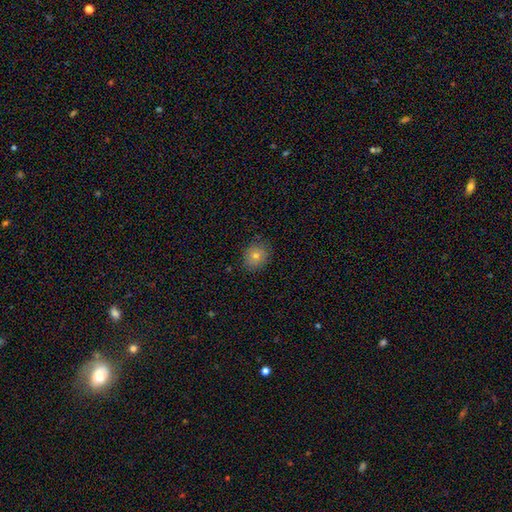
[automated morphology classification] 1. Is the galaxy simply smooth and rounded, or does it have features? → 73% smooth, 14% star or artifact, 13% featured or disk.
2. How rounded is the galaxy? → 75% round, 24% in between, 1% cigar-shaped.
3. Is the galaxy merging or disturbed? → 86% none, 11% minor disturbance, 2% major disturbance, 1% merger.